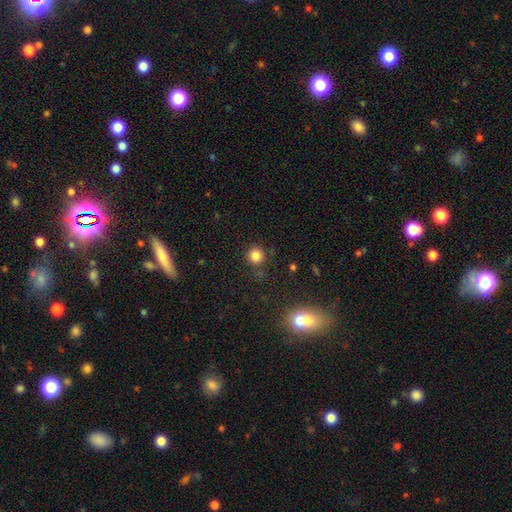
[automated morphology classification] This is clearly a smooth galaxy (82%). How rounded: clearly round (92%). Merging: clearly none (83%).